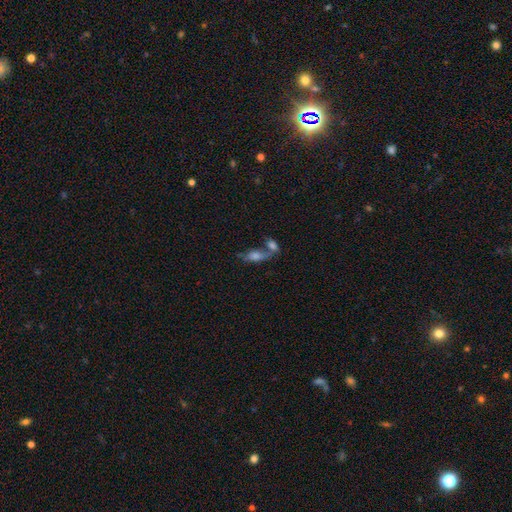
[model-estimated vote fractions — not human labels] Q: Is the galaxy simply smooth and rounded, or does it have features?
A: smooth — 53%.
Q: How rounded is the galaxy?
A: in between — 66%.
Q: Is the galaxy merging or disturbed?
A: merger — 45%.